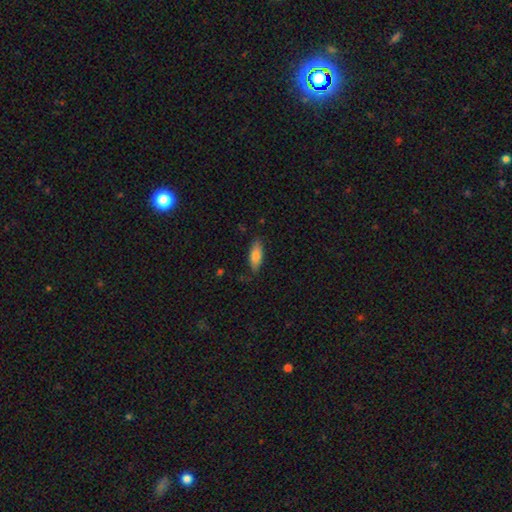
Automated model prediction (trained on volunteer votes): Smooth or featured?
  - smooth: 80% *
  - featured or disk: 13%
  - star or artifact: 6%
How rounded?
  - in between: 71% *
  - cigar-shaped: 28%
  - round: 2%
Merging?
  - none: 78% *
  - minor disturbance: 17%
  - major disturbance: 3%
  - merger: 1%